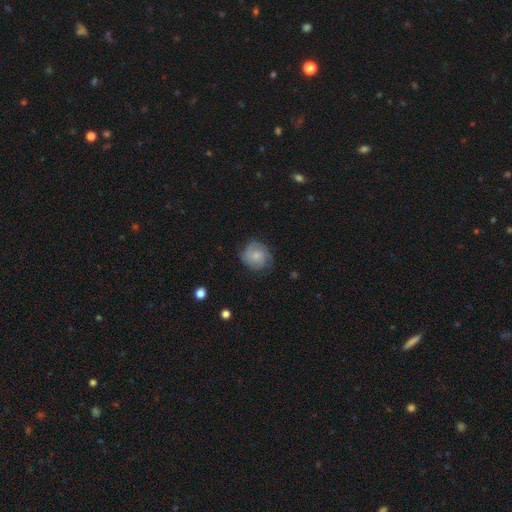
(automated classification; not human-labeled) Morphology: type=featured or disk (52%); edge-on=no (98%); bar=no (74%); spiral arms=yes (88%); bulge=small (55%); merging=none (70%).